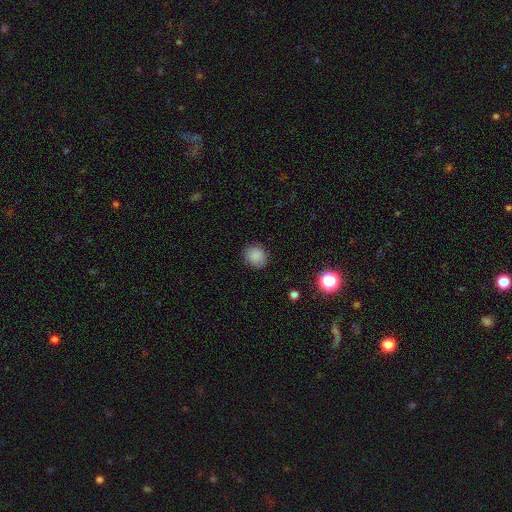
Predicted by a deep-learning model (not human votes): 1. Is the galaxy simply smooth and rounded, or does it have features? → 86% smooth, 10% star or artifact, 4% featured or disk.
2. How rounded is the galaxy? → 78% round, 21% in between, 1% cigar-shaped.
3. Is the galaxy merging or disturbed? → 87% none, 9% minor disturbance, 3% major disturbance, 1% merger.